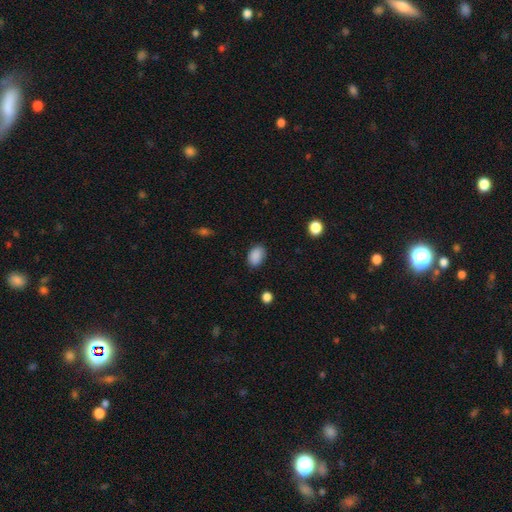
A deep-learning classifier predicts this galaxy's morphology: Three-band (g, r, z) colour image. It shows a smooth galaxy with no disk features (88%) that is in between round and cigar-shaped (84%). Merging: none (84%).